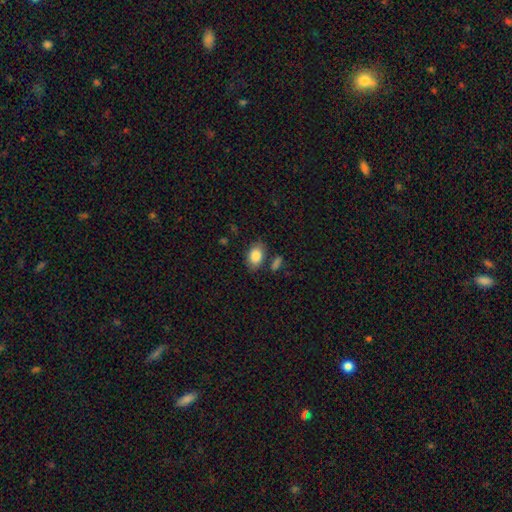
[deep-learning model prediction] Q: Smooth or featured?
A: smooth (85%); runner-up: featured or disk (7%)
Q: How rounded?
A: in between (84%); runner-up: round (15%)
Q: Merging?
A: none (74%); runner-up: minor disturbance (15%)